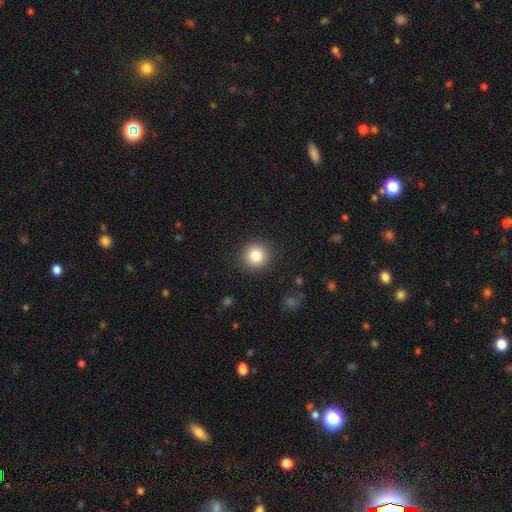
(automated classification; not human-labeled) Smooth or featured?
  - smooth: 83% *
  - star or artifact: 10%
  - featured or disk: 7%
How rounded?
  - round: 93% *
  - in between: 6%
  - cigar-shaped: 1%
Merging?
  - none: 90% *
  - minor disturbance: 7%
  - major disturbance: 2%
  - merger: 1%